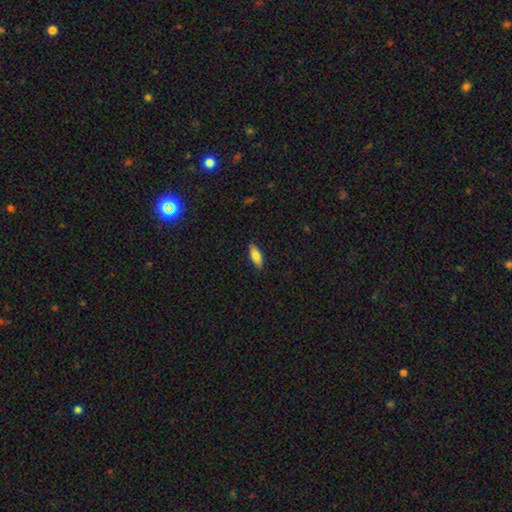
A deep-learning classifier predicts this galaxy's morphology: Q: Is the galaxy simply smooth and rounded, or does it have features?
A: smooth — 79%.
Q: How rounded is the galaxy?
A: in between — 69%.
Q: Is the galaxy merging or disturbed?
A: none — 88%.